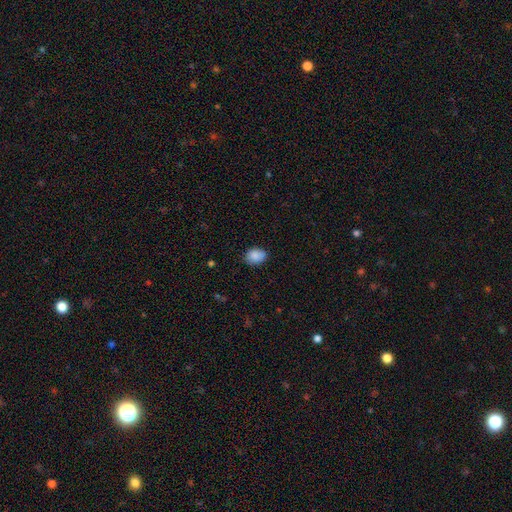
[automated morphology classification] The model was most divided on "how rounded": in between: 70%, round: 29%, cigar-shaped: 1%. More confident: smooth or featured — smooth (87%); merging — none (80%).